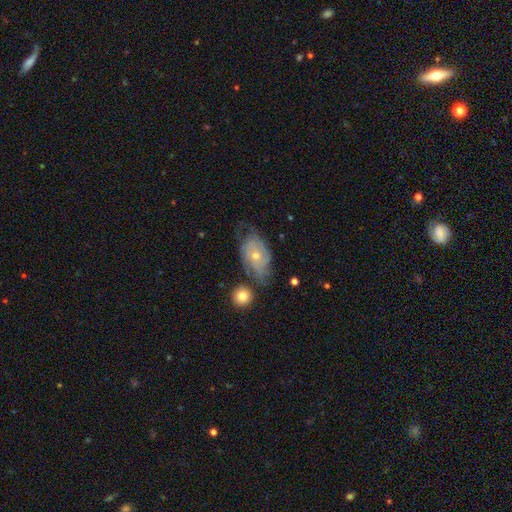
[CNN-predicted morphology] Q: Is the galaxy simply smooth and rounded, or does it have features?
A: featured or disk — 67%.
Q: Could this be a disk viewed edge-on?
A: no — 94%.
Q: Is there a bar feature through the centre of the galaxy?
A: no — 80%.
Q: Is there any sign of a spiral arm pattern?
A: yes — 79%.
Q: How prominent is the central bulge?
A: small — 51%.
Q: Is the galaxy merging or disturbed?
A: none — 53%.